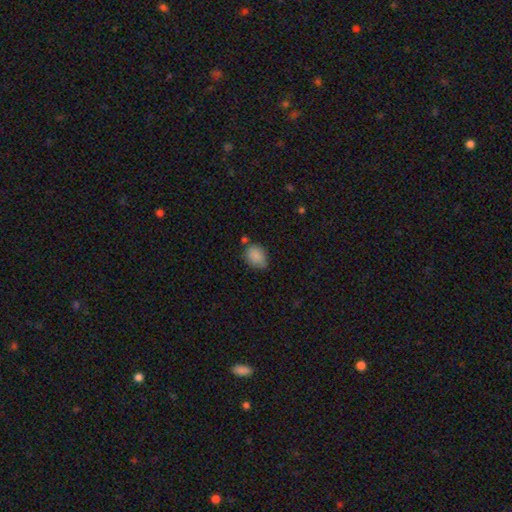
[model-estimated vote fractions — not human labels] A smooth galaxy with no disk features (87%) that is in between round and cigar-shaped (70%).

Vote fractions:
- Smooth or featured? smooth: 87% / star or artifact: 9% / featured or disk: 5%
- How rounded? in between: 70% / round: 29% / cigar-shaped: 1%
- Merging? none: 60% / minor disturbance: 29% / merger: 6% / major disturbance: 5%